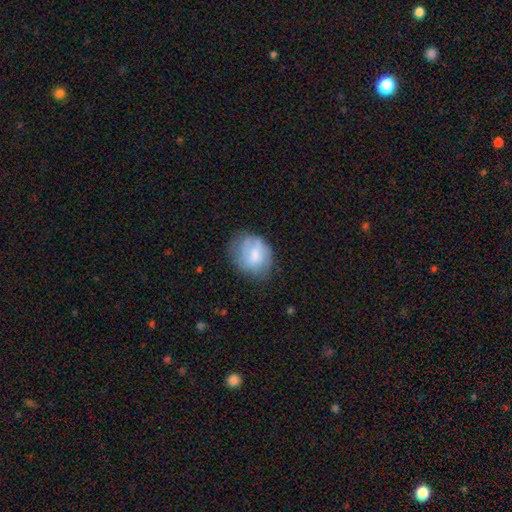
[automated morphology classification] A smooth galaxy with no disk features (63%) that is round (57%).

Vote fractions:
- Smooth or featured? smooth: 63% / featured or disk: 29% / star or artifact: 8%
- How rounded? round: 57% / in between: 42% / cigar-shaped: 1%
- Merging? none: 58% / minor disturbance: 27% / major disturbance: 13% / merger: 2%